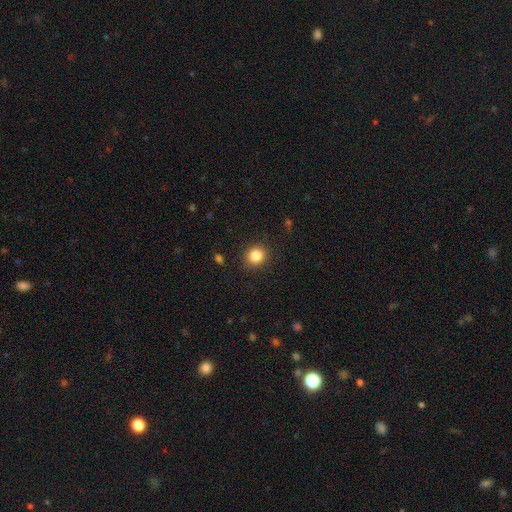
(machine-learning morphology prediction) Smooth or featured? Predicted: smooth (p=0.85). How rounded? Predicted: round (p=0.81). Merging? Predicted: none (p=0.89).